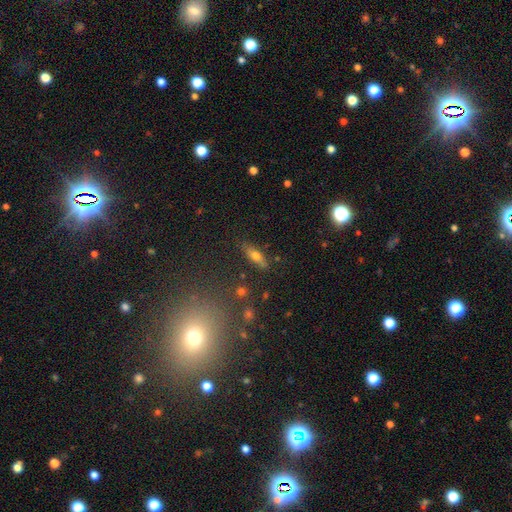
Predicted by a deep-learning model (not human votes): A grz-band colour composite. It shows a smooth galaxy with no disk features (61%) that is in between round and cigar-shaped (56%). Merging: none (81%).